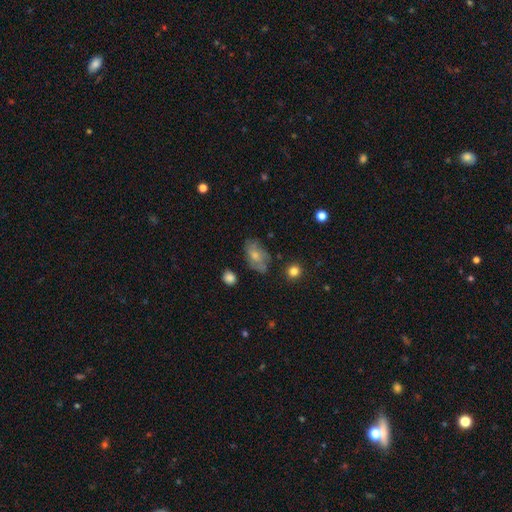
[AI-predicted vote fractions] The model was most divided on "smooth or featured": smooth: 57%, featured or disk: 34%, star or artifact: 8%. More confident: how rounded — in between (88%); merging — none (64%).